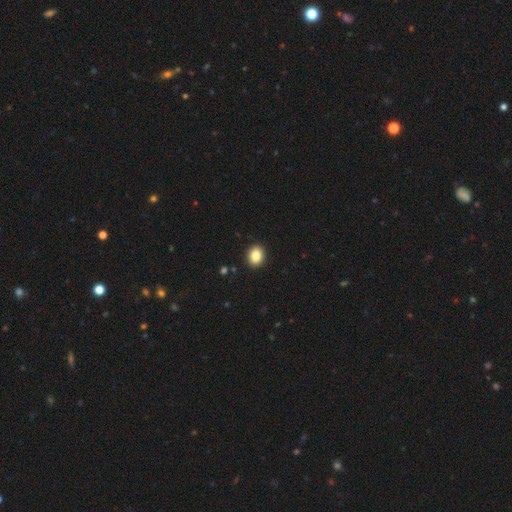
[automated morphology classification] A smooth galaxy with no disk features (86%) that is round (50%). Merging: none (92%).